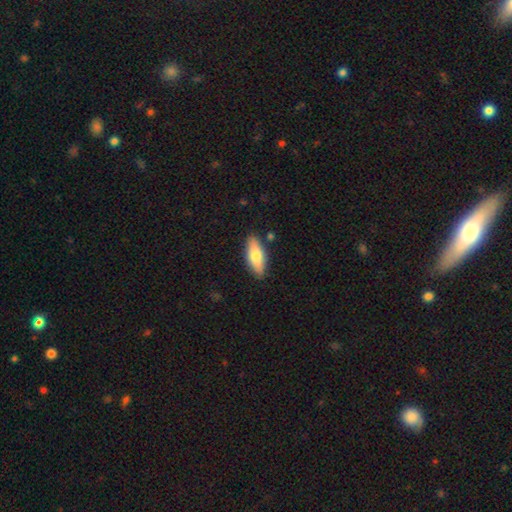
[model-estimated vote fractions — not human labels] Smooth or featured: smooth — 72% (featured or disk — 23%)
How rounded: in between — 69% (cigar-shaped — 29%)
Merging: none — 85% (minor disturbance — 11%)